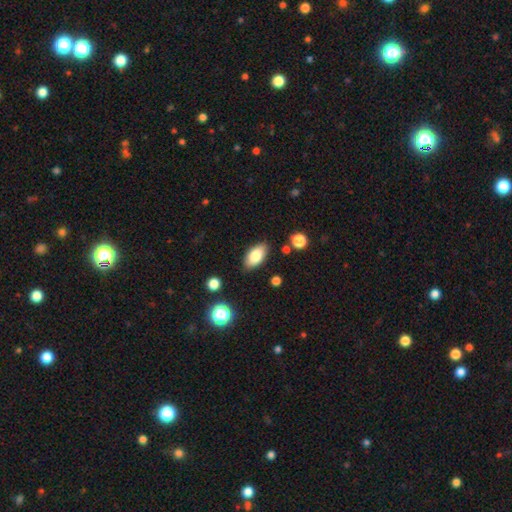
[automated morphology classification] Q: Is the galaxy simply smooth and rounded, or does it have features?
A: smooth — 81%.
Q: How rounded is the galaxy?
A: in between — 91%.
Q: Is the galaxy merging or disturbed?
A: none — 85%.